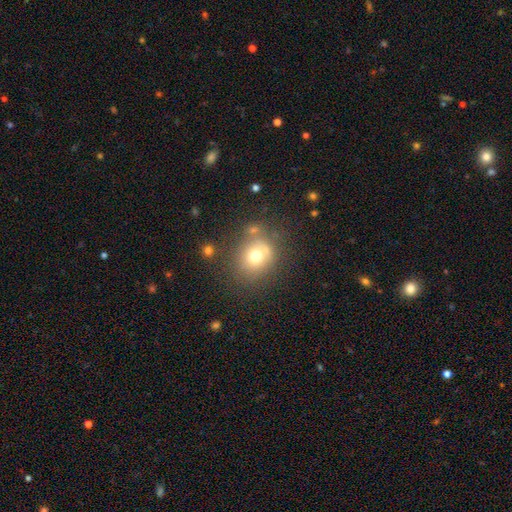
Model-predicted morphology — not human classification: The model was most divided on "merging": none: 62%, minor disturbance: 18%, merger: 11%, major disturbance: 9%. More confident: how rounded — round (73%); smooth or featured — smooth (69%).